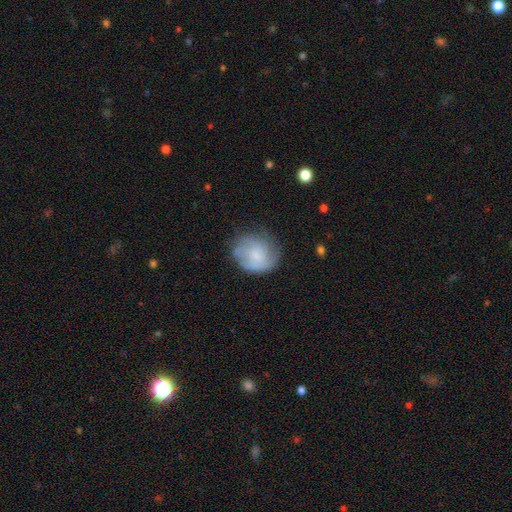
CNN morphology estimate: type=smooth (60%); roundness=round (75%); merging=none (63%).